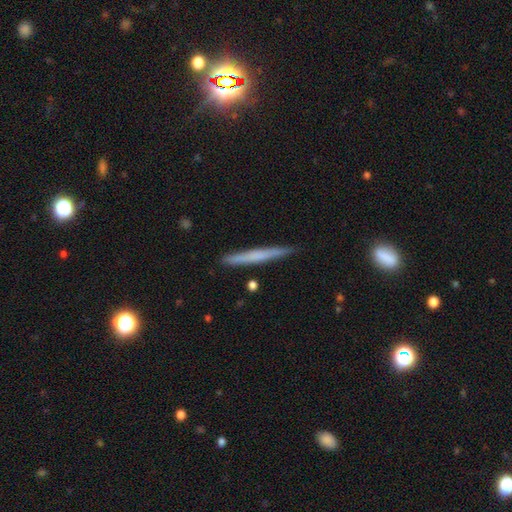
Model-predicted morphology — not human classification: Smooth or featured? smooth (54%)
How rounded? cigar-shaped (97%)
Merging? none (89%)